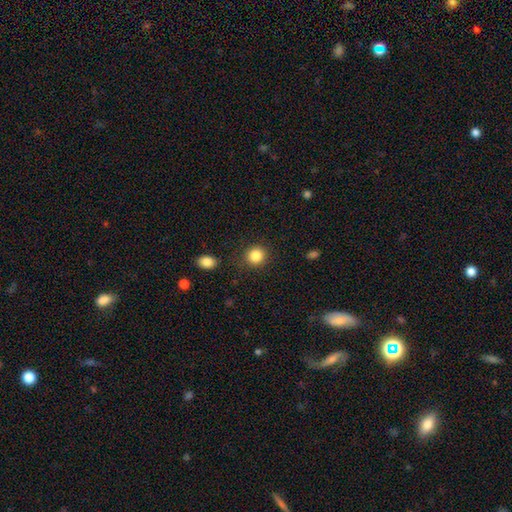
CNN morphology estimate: Overall: smooth (85%). How rounded: round (87%). Merging: none (86%).